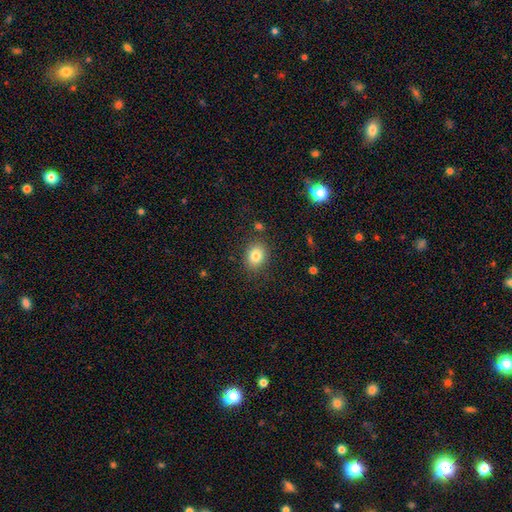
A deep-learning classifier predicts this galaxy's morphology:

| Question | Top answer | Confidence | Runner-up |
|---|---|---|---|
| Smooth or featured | smooth | 82% | star or artifact (10%) |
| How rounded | round | 51% | in between (49%) |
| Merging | none | 84% | minor disturbance (10%) |